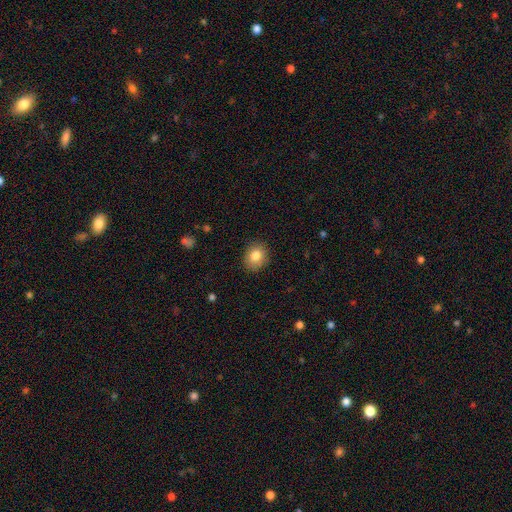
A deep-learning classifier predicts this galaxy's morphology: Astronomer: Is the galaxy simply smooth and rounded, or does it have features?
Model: smooth — 82%.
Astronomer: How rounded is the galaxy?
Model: round — 57% (runner-up: in between, 42%).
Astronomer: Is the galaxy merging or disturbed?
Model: none — 88%.